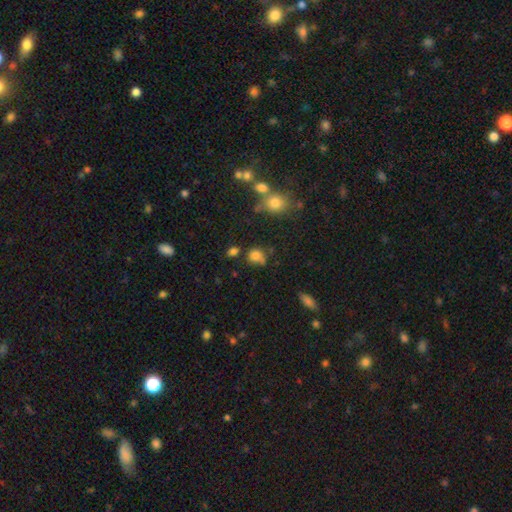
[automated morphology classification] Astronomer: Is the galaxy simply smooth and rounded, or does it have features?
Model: smooth — 76%.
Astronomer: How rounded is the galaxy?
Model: round — 63%.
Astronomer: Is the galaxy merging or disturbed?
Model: none — 46% (runner-up: minor disturbance, 27%).